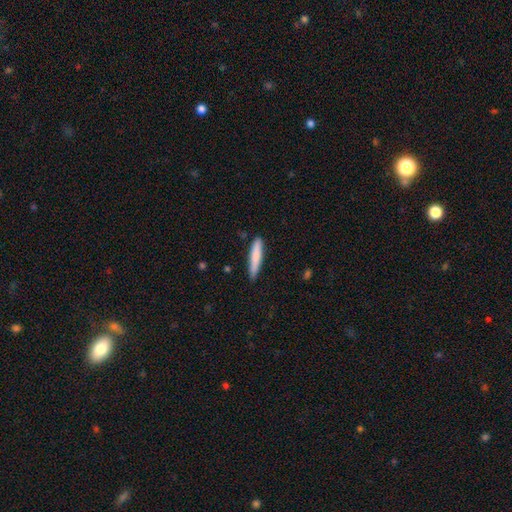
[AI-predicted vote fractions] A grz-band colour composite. It shows a smooth galaxy with no disk features (80%) that is cigar-shaped (91%). Merging: none (84%).